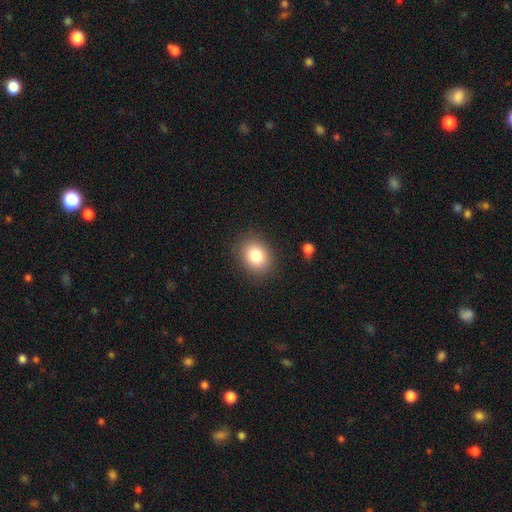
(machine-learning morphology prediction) This is clearly a smooth galaxy (82%). How rounded: possibly round (55%). Merging: clearly none (87%).